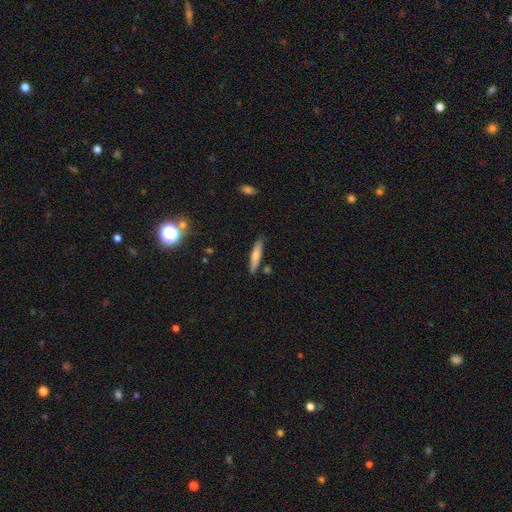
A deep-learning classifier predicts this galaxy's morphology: Q: Smooth or featured?
A: smooth (65%); runner-up: featured or disk (28%)
Q: How rounded?
A: cigar-shaped (84%); runner-up: in between (14%)
Q: Merging?
A: none (83%); runner-up: minor disturbance (11%)